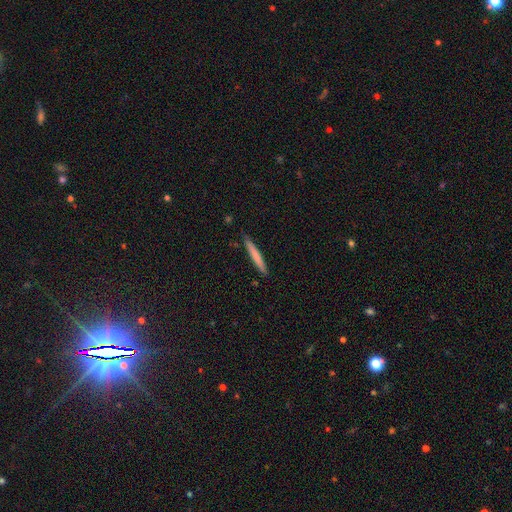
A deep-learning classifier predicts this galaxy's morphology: A smooth galaxy with no disk features (71%) that is cigar-shaped (96%).

Vote fractions:
- Smooth or featured? smooth: 71% / featured or disk: 24% / star or artifact: 6%
- How rounded? cigar-shaped: 96% / in between: 3% / round: 1%
- Merging? none: 86% / minor disturbance: 10% / major disturbance: 2% / merger: 2%